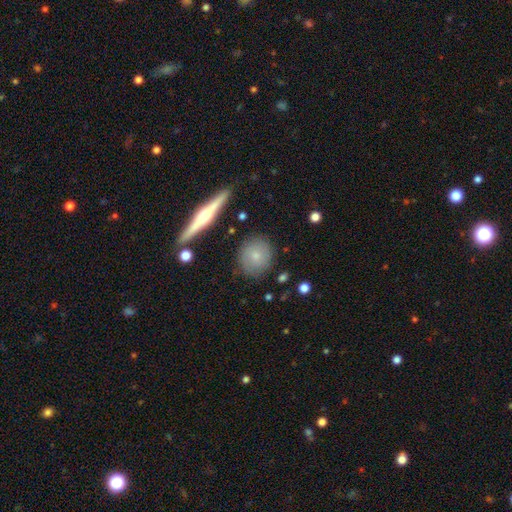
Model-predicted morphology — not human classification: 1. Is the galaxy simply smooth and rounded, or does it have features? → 75% smooth, 17% featured or disk, 8% star or artifact.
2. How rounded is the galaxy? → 89% round, 9% in between, 2% cigar-shaped.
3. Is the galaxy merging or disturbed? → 86% none, 9% minor disturbance, 3% major disturbance, 2% merger.